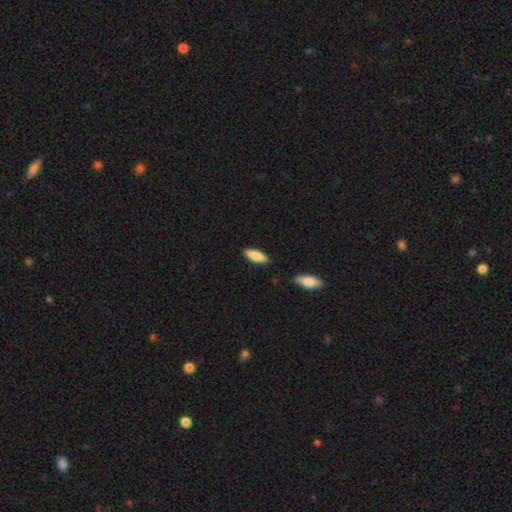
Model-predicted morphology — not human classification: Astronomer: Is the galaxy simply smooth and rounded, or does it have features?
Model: smooth — 85%.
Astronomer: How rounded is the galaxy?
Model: in between — 64%.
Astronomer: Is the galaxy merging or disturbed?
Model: none — 86%.